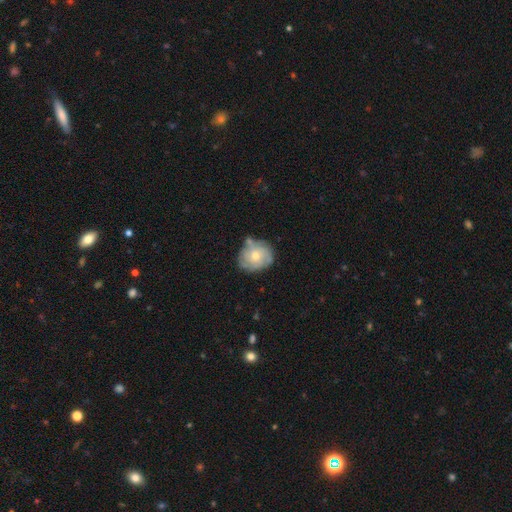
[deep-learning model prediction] This is possibly a featured or disk galaxy (60%). It is clearly not viewed edge-on (97%). Bar: clearly no (82%). Spiral arm pattern: clearly yes (80%). Central bulge: possibly moderate (50%). Merging: likely none (64%).